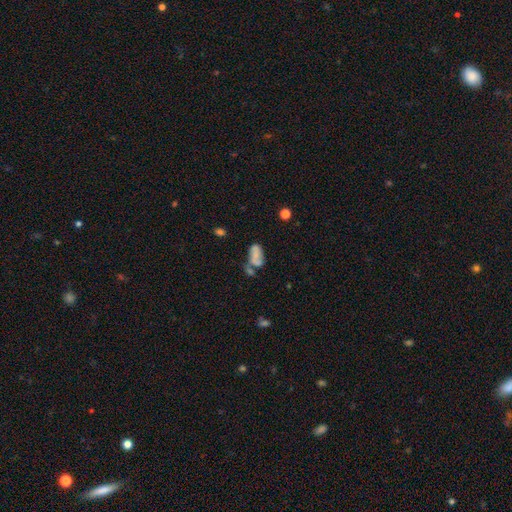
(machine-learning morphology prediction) Q: Smooth or featured?
A: smooth (59%); runner-up: featured or disk (29%)
Q: How rounded?
A: in between (90%); runner-up: round (7%)
Q: Merging?
A: merger (36%); runner-up: none (27%)